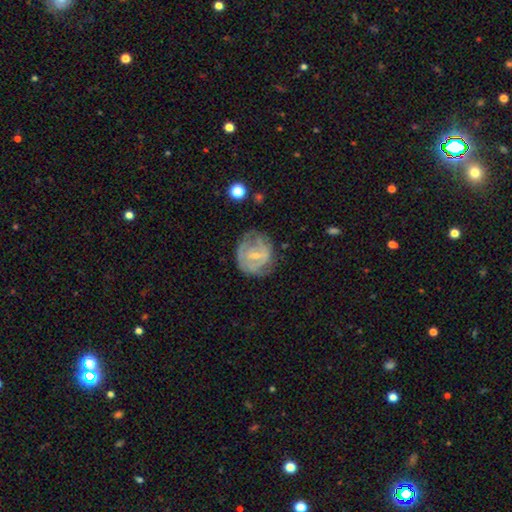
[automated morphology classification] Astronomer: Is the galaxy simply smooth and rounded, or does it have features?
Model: featured or disk — 70%.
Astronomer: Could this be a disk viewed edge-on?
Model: no — 97%.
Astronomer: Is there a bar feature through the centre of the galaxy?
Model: weak — 47% (runner-up: no, 38%).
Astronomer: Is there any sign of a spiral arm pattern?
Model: yes — 70%.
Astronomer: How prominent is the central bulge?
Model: small — 62%.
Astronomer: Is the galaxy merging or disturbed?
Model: none — 56%.